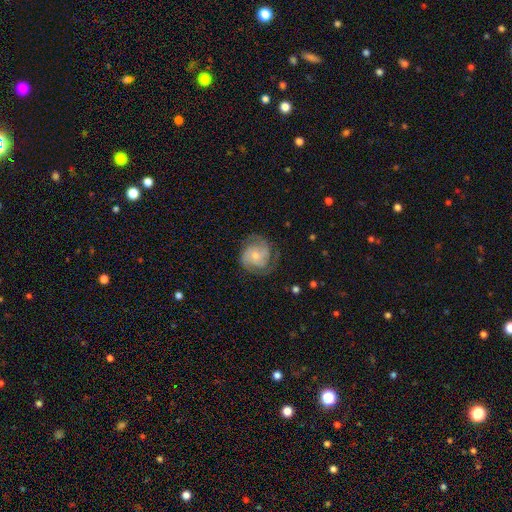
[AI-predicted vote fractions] Overall: featured or disk (79%). Edge-on disk: no (98%). Bar: no (71%). Spiral arms: yes (94%). Spiral arm count: 2 (42%; 3 27%). Spiral winding: tight (50%; medium 39%). Bulge size: small (53%; moderate 42%). Merging: none (71%).